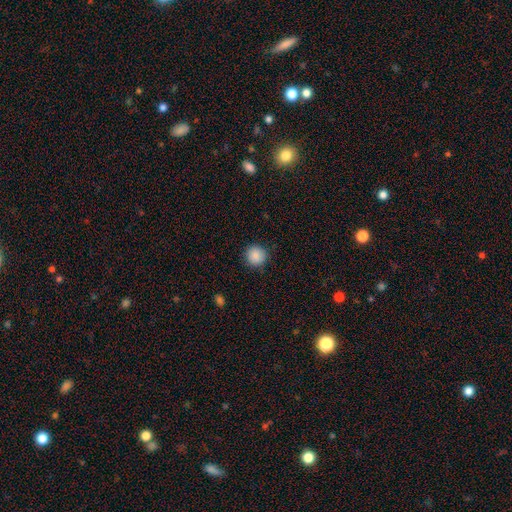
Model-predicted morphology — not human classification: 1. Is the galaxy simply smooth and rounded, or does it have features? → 88% smooth, 9% star or artifact, 3% featured or disk.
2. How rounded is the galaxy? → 93% round, 6% in between, 1% cigar-shaped.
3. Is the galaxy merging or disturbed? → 89% none, 7% minor disturbance, 2% major disturbance, 1% merger.